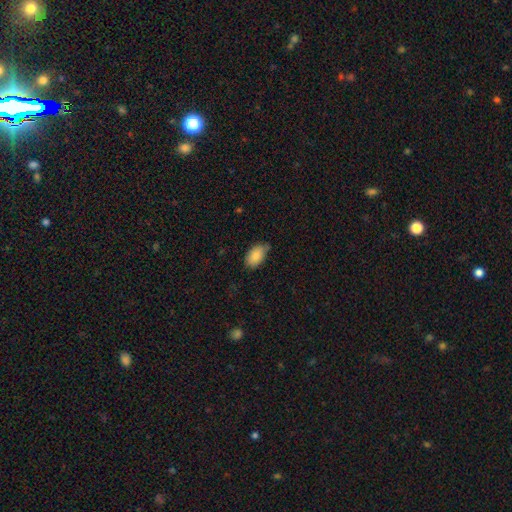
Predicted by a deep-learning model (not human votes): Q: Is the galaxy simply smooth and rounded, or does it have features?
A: smooth — 86%.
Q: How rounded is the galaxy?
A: in between — 92%.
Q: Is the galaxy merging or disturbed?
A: none — 63%.